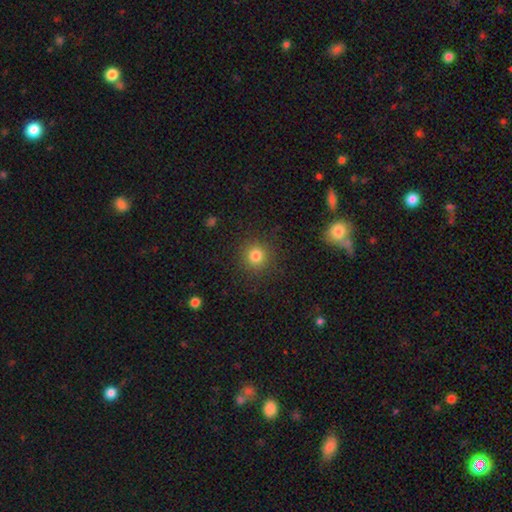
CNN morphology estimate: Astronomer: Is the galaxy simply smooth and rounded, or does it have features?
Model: smooth — 80%.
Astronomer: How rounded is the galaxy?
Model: round — 94%.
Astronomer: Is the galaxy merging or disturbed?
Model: none — 90%.